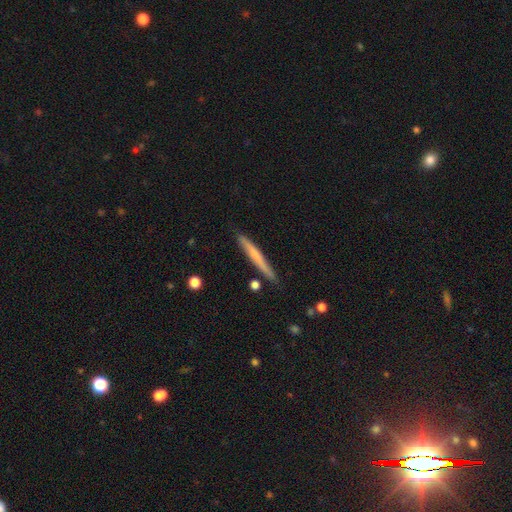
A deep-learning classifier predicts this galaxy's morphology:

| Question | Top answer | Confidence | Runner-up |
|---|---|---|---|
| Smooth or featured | smooth | 55% | featured or disk (40%) |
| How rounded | cigar-shaped | 96% | in between (3%) |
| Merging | none | 86% | minor disturbance (10%) |